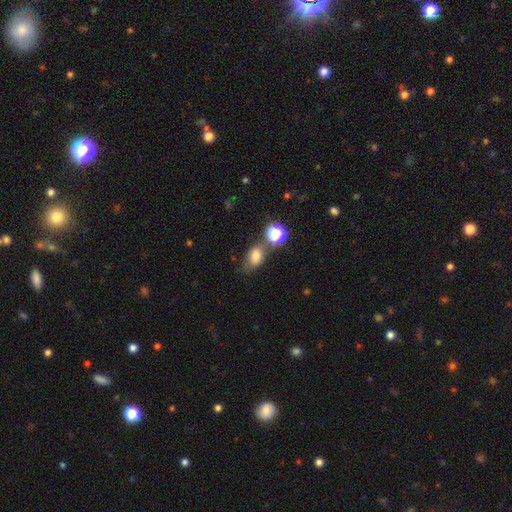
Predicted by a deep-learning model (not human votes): smooth_or_featured: smooth (p=0.76) [alt: star or artifact p=0.14]
how_rounded: in between (p=0.75) [alt: round p=0.23]
merging: none (p=0.51) [alt: minor disturbance p=0.21]